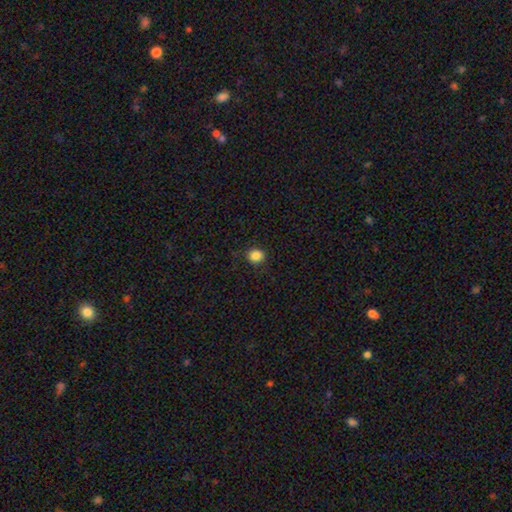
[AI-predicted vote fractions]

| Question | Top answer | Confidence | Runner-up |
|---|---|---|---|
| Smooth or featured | smooth | 85% | star or artifact (11%) |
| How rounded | round | 83% | in between (16%) |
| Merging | none | 88% | minor disturbance (9%) |